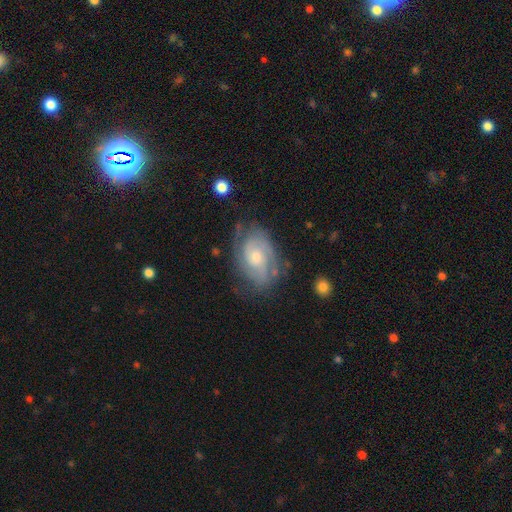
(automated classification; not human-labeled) Smooth or featured? featured or disk (76%)
Edge-on disk? no (96%)
Bar? no (68%)
Spiral arms? yes (90%)
Spiral winding? tight (53%)
Spiral arm count? 2 (45%)
Bulge size? moderate (52%)
Merging? none (67%)